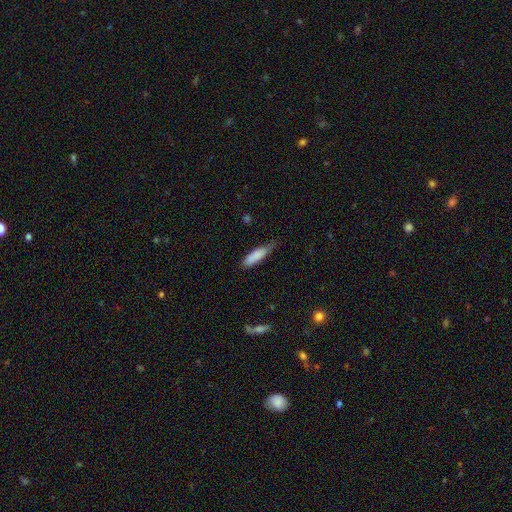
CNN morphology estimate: Smooth or featured? smooth (83%)
How rounded? cigar-shaped (59%)
Merging? none (50%)